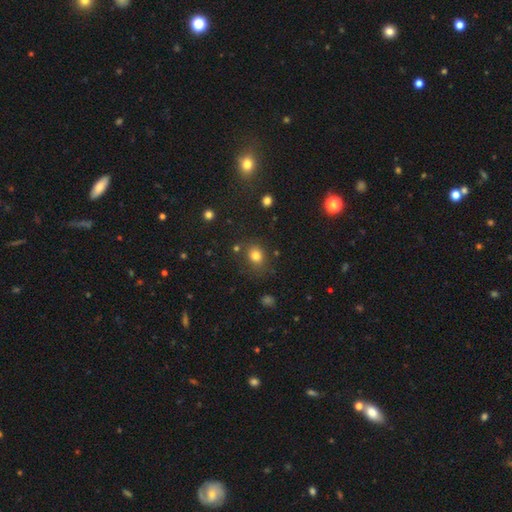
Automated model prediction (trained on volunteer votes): Smooth or featured? smooth (78%)
How rounded? round (66%)
Merging? none (78%)